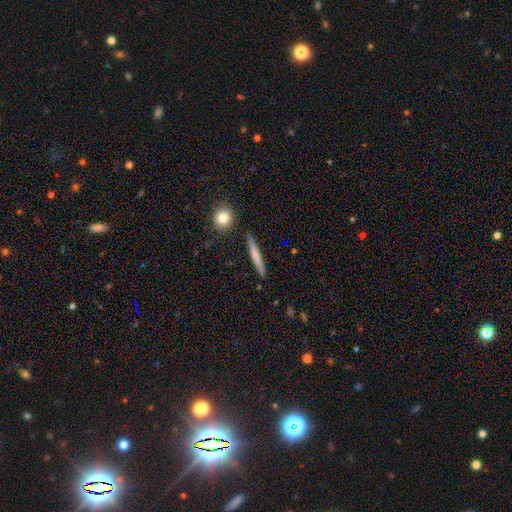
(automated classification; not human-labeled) Smooth or featured? Predicted: smooth (p=0.63). How rounded? Predicted: cigar-shaped (p=0.95). Merging? Predicted: none (p=0.89).